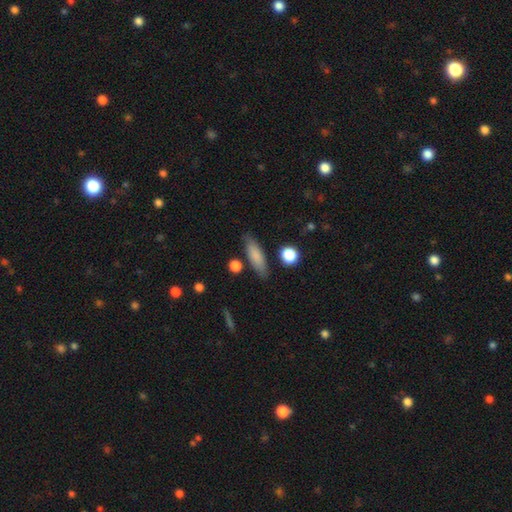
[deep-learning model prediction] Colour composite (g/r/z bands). It shows a smooth galaxy with no disk features (80%) that is cigar-shaped (54%). Merging: none (81%).